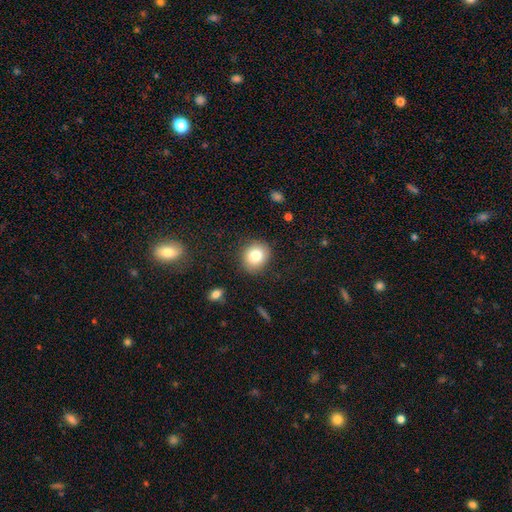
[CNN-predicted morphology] Smooth or featured? Predicted: smooth (p=0.81). How rounded? Predicted: round (p=0.71). Merging? Predicted: none (p=0.86).